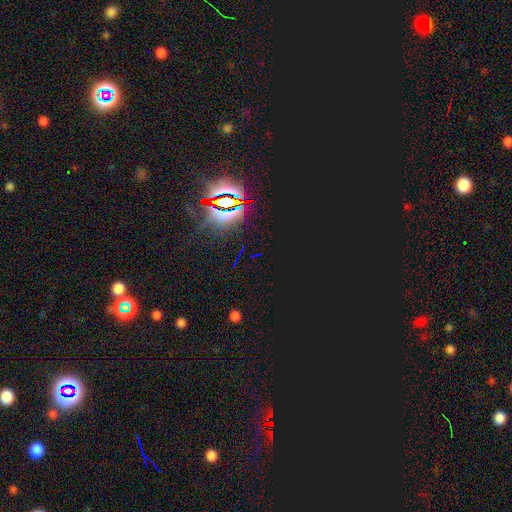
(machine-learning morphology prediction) A star or artifact, not a galaxy (83%).